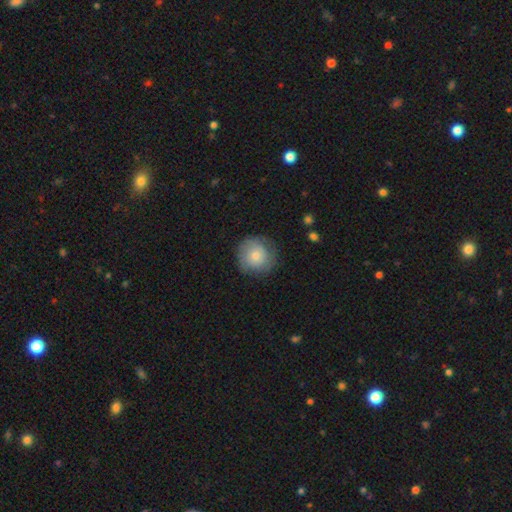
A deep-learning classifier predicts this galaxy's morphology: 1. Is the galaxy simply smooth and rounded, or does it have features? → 68% smooth, 25% featured or disk, 7% star or artifact.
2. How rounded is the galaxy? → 92% round, 7% in between, 1% cigar-shaped.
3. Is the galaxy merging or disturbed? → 77% none, 16% minor disturbance, 6% major disturbance, 1% merger.